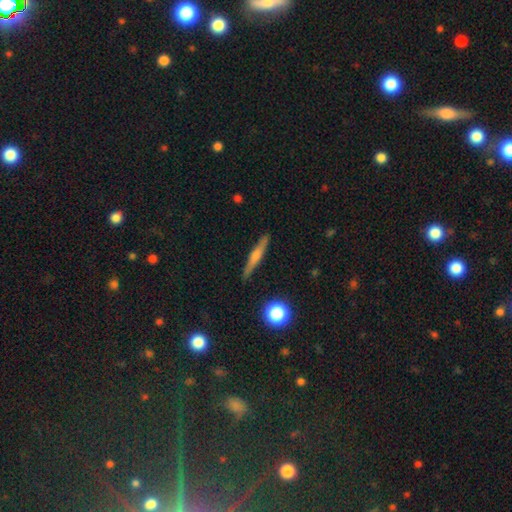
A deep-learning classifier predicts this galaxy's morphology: Smooth or featured? Predicted: featured or disk (p=0.55). Edge-on disk? Predicted: yes (p=0.96). Edge-on bulge? Predicted: rounded (p=0.71). Merging? Predicted: none (p=0.89).